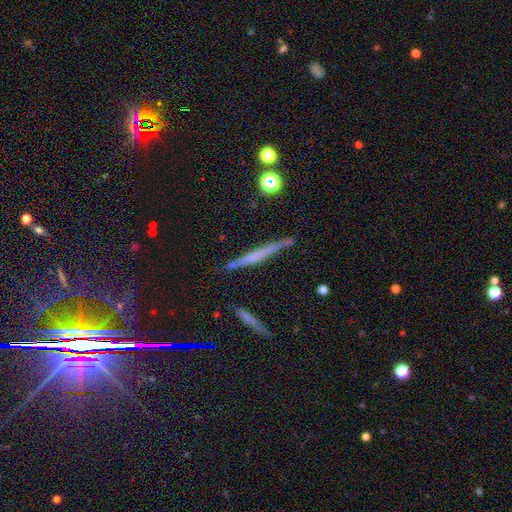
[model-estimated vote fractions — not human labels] This is possibly a featured or disk galaxy (53%). It is clearly viewed edge-on (97%). Edge-on bulge: likely none (71%). Merging: clearly none (84%).